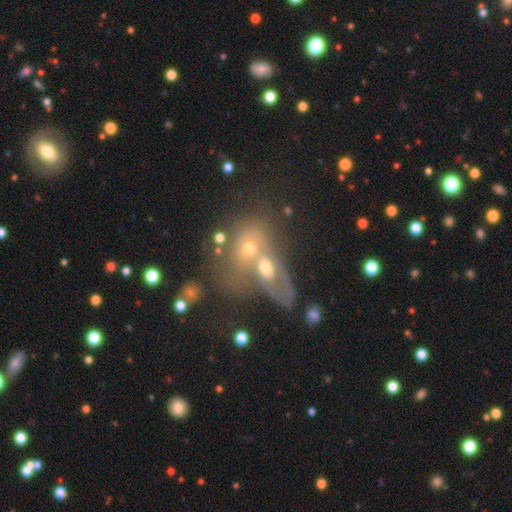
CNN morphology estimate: Overall: smooth (41%; featured or disk 39%). Merging: merger (70%).